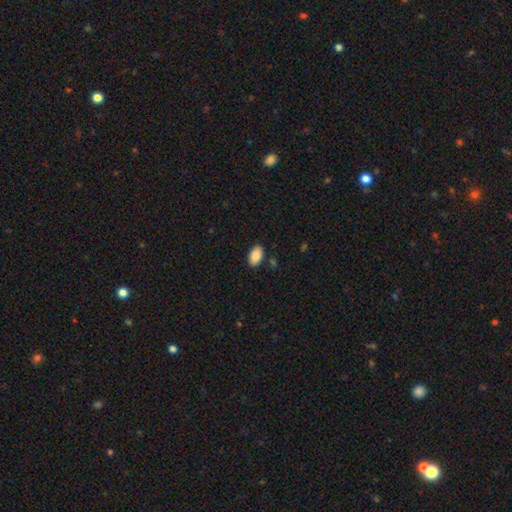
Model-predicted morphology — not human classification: This appears to be a smooth galaxy with no disk features (88%) that is in between round and cigar-shaped (94%). Merging: none (86%).